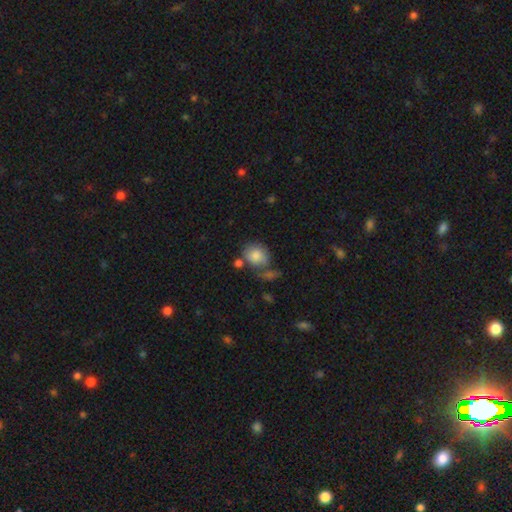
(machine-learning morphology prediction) smooth-or-featured: smooth: 81% | featured or disk: 11% | star or artifact: 8%
  how-rounded: round: 61% | in between: 38% | cigar-shaped: 1%
  merging: none: 50% | minor disturbance: 21% | merger: 19% | major disturbance: 10%